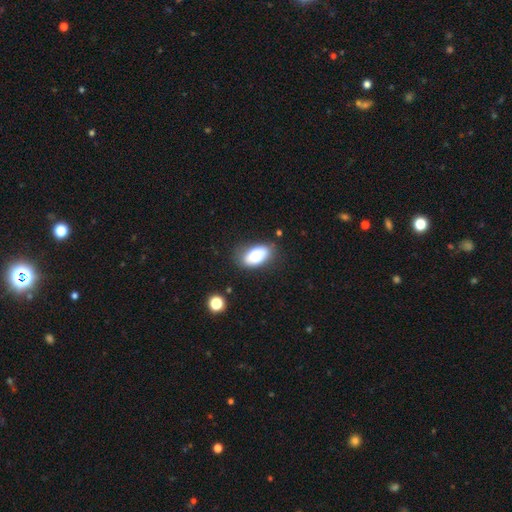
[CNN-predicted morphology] Smooth or featured? smooth (75%)
How rounded? in between (92%)
Merging? none (63%)